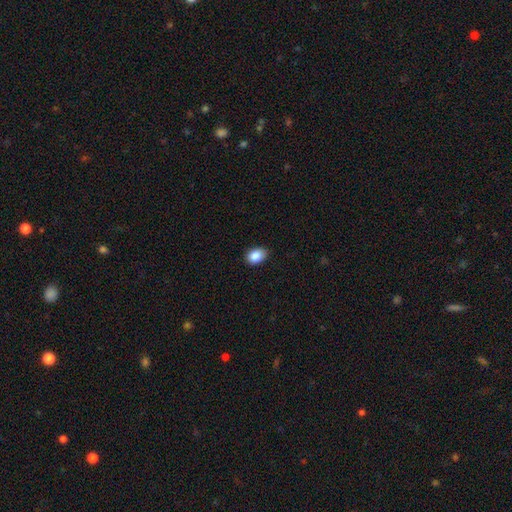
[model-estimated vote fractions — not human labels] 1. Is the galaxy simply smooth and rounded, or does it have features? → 87% smooth, 9% star or artifact, 4% featured or disk.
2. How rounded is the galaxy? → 76% in between, 23% round, 1% cigar-shaped.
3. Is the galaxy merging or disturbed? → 83% none, 14% minor disturbance, 2% major disturbance, 1% merger.